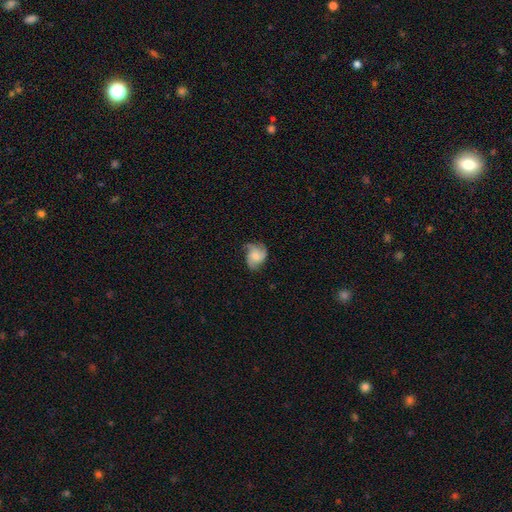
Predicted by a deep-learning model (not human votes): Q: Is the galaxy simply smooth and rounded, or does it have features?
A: featured or disk — 61%.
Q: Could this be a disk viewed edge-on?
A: no — 97%.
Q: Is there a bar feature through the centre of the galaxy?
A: no — 73%.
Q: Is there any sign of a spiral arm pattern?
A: yes — 93%.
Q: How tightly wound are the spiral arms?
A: medium — 48%.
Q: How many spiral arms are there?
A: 3 — 61%.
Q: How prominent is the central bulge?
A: moderate — 42%.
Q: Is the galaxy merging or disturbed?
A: none — 61%.